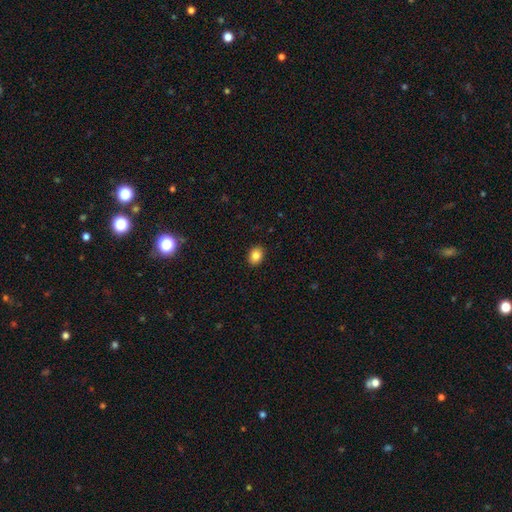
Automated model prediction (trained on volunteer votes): A smooth galaxy with no disk features (84%) that is in between round and cigar-shaped (64%). Merging: none (90%).